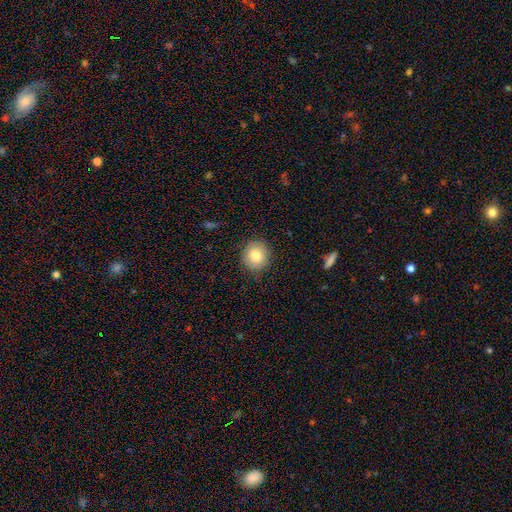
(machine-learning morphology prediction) Smooth or featured: smooth — 82% (featured or disk — 9%)
How rounded: round — 85% (in between — 14%)
Merging: none — 87% (minor disturbance — 10%)